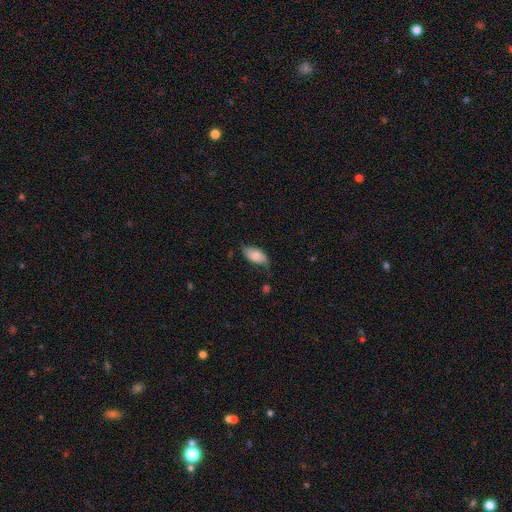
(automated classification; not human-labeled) The model was most divided on "merging": none: 55%, minor disturbance: 32%, major disturbance: 11%, merger: 2%. More confident: how rounded — in between (92%); smooth or featured — smooth (66%).